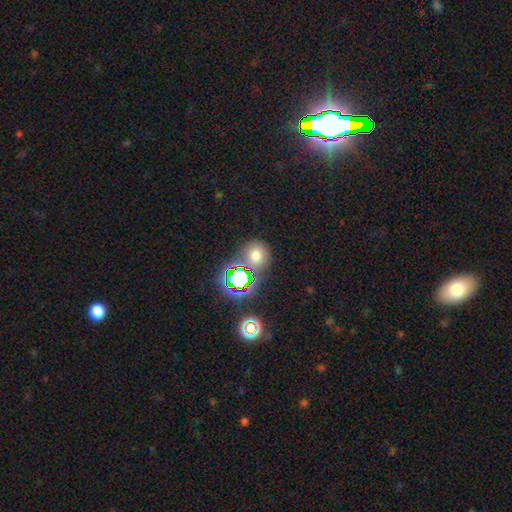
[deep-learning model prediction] smooth 65%, star or artifact 26%, featured or disk 9%. Down the decision tree: how rounded — round (79%); merging — none (70%).